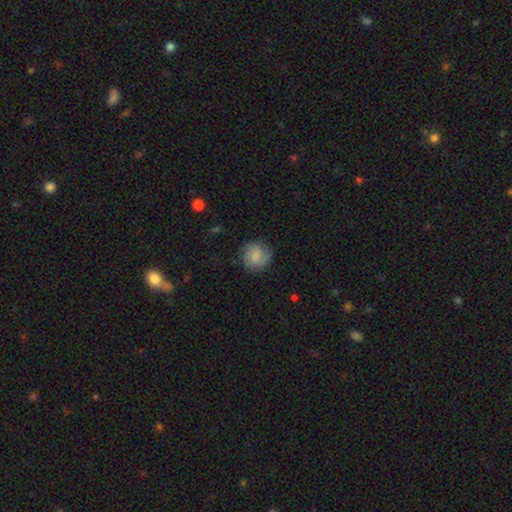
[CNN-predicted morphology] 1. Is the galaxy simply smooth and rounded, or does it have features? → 61% smooth, 31% featured or disk, 8% star or artifact.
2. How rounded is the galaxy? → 88% round, 11% in between, 1% cigar-shaped.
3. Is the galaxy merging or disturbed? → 77% none, 16% minor disturbance, 6% major disturbance, 1% merger.